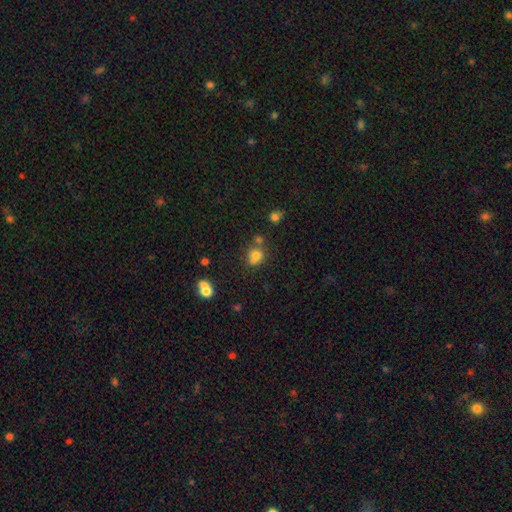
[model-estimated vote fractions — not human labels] A smooth galaxy with no disk features (76%) that is round (68%). Merging: none (53%).